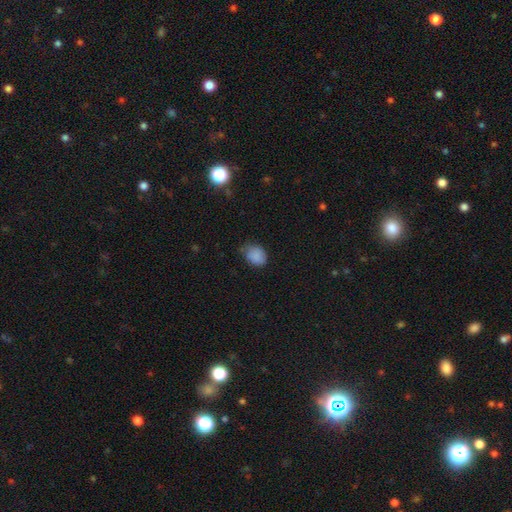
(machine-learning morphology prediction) The model was most divided on "merging": none: 55%, minor disturbance: 36%, major disturbance: 8%, merger: 2%. More confident: smooth or featured — smooth (85%); how rounded — in between (61%).